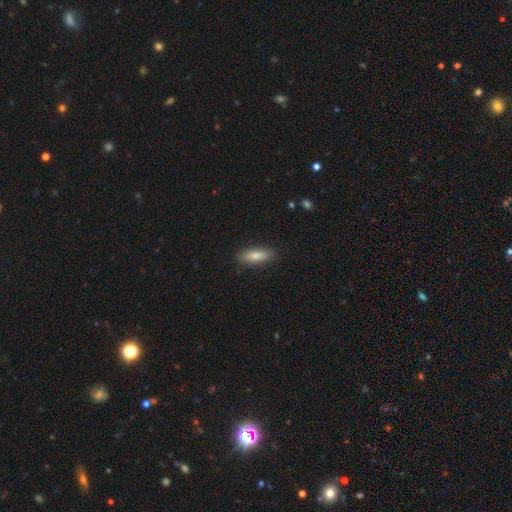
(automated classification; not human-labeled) smooth 80%, featured or disk 14%, star or artifact 6%. Down the decision tree: how rounded — in between (56%); merging — none (87%).